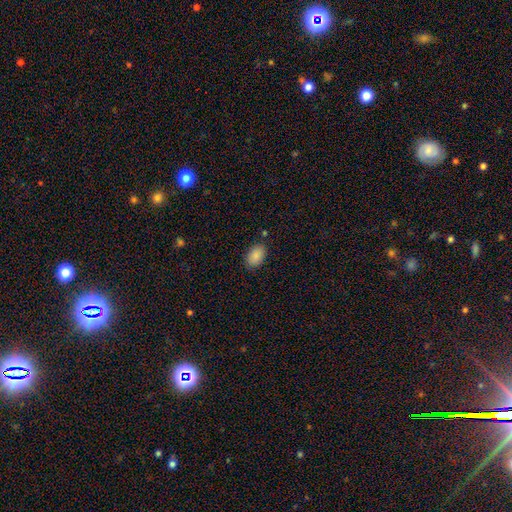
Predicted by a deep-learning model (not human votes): smooth 88%, star or artifact 7%, featured or disk 5%. Down the decision tree: how rounded — in between (91%); merging — none (84%).